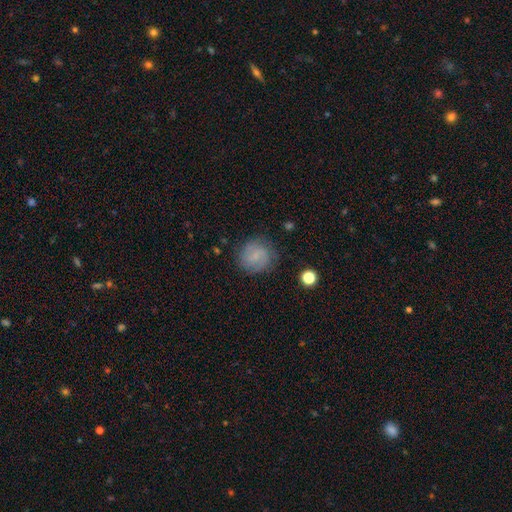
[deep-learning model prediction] smooth 59%, featured or disk 31%, star or artifact 9%. Down the decision tree: how rounded — round (87%); merging — none (78%).